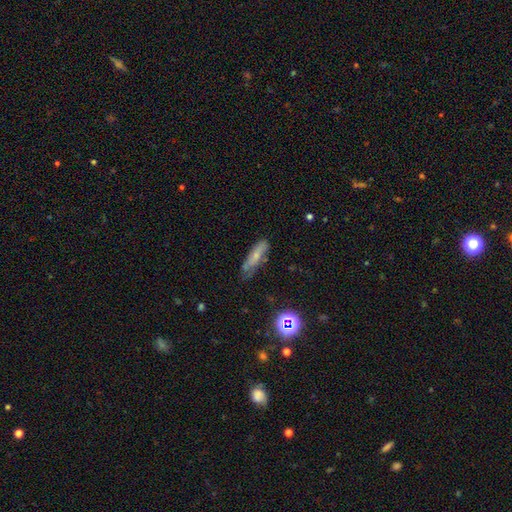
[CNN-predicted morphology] Smooth or featured?
  - smooth: 59% *
  - featured or disk: 30%
  - star or artifact: 11%
How rounded?
  - cigar-shaped: 62% *
  - in between: 35%
  - round: 3%
Merging?
  - none: 56% *
  - minor disturbance: 32%
  - major disturbance: 9%
  - merger: 3%